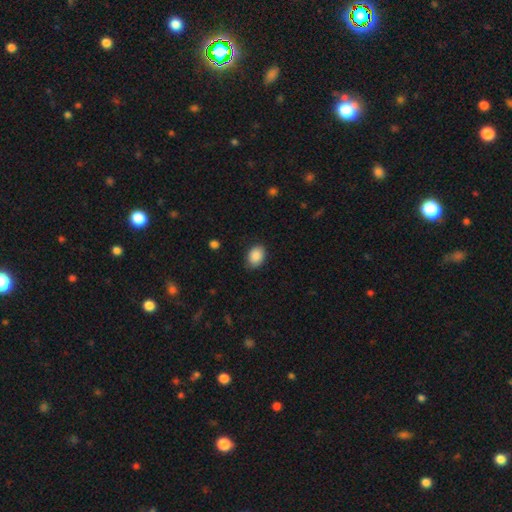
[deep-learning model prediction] Smooth or featured?
  - smooth: 89% *
  - star or artifact: 8%
  - featured or disk: 3%
How rounded?
  - in between: 71% *
  - round: 29%
  - cigar-shaped: 1%
Merging?
  - none: 84% *
  - minor disturbance: 13%
  - major disturbance: 3%
  - merger: 1%